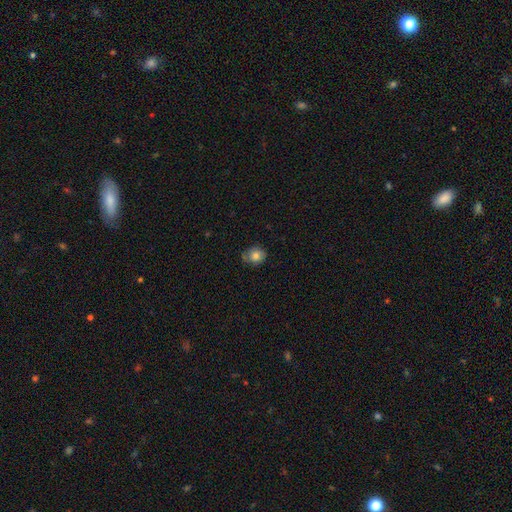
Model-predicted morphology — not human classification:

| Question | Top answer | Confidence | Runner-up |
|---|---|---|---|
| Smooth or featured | smooth | 78% | featured or disk (12%) |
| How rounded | round | 70% | in between (29%) |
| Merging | none | 68% | minor disturbance (24%) |